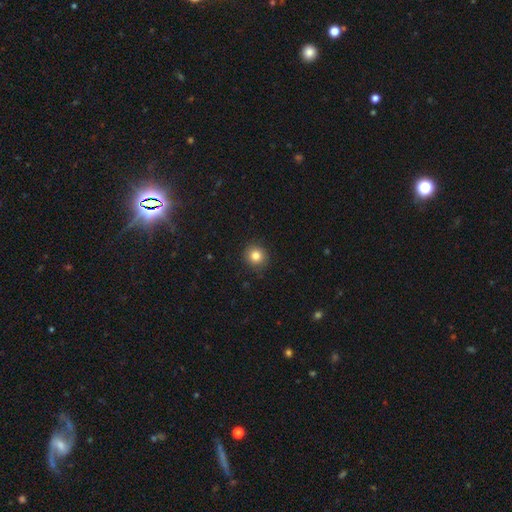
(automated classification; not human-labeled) Overall: smooth (83%). How rounded: round (92%). Merging: none (90%).